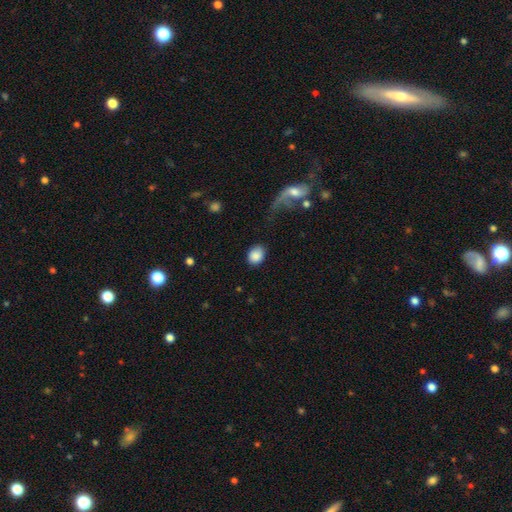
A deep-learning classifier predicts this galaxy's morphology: smooth_or_featured: smooth (p=0.86) [alt: star or artifact p=0.07]
how_rounded: round (p=0.54) [alt: in between p=0.45]
merging: none (p=0.79) [alt: minor disturbance p=0.13]